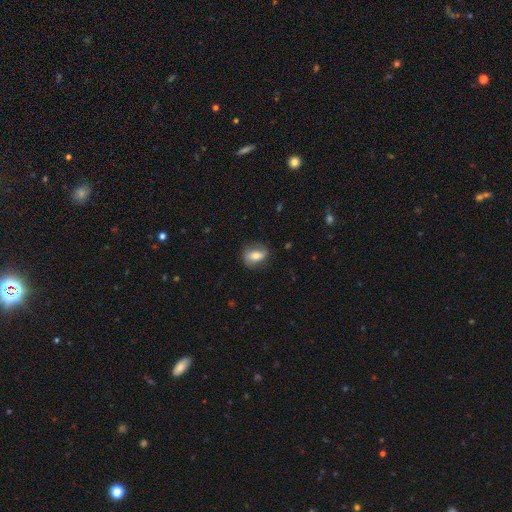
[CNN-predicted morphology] Overall: smooth (49%; featured or disk 44%). Merging: none (75%).